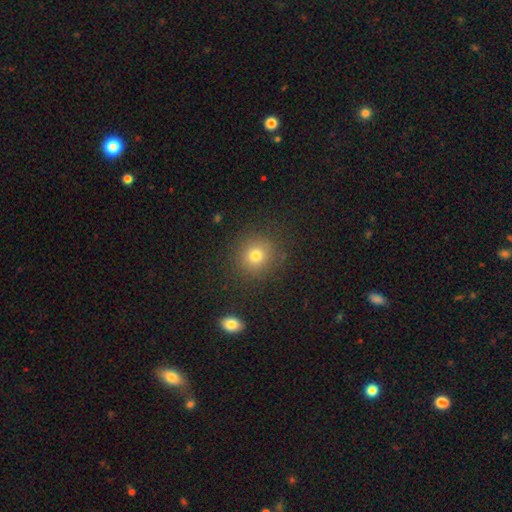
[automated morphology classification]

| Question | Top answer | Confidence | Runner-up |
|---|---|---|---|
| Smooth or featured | smooth | 76% | star or artifact (15%) |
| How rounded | round | 90% | in between (10%) |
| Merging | none | 87% | minor disturbance (8%) |